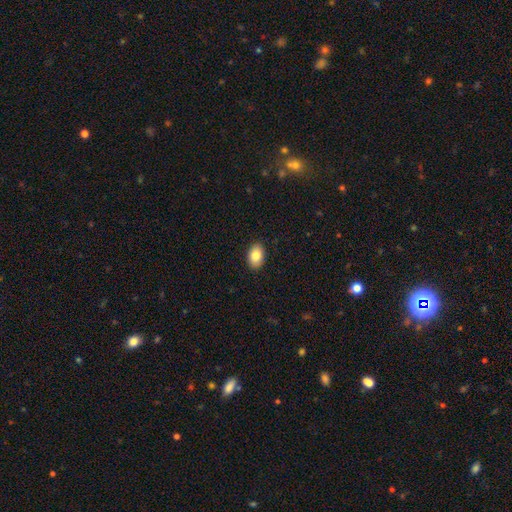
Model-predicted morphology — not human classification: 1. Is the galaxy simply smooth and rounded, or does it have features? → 84% smooth, 9% featured or disk, 7% star or artifact.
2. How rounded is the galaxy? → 88% in between, 11% round, 1% cigar-shaped.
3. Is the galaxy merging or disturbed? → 90% none, 7% minor disturbance, 2% major disturbance, 1% merger.